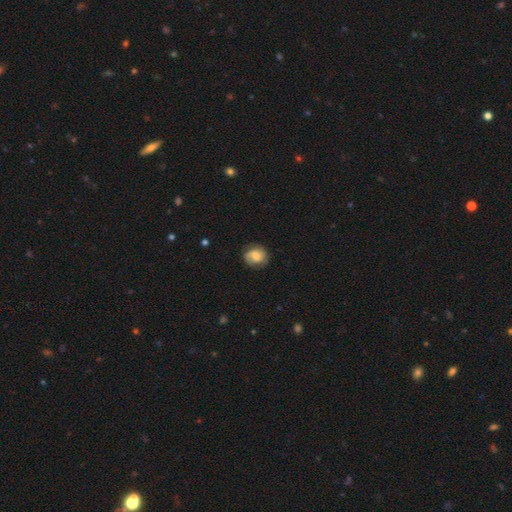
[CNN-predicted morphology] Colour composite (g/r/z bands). It shows a smooth galaxy with no disk features (59%) that is round (72%). Merging: none (74%).